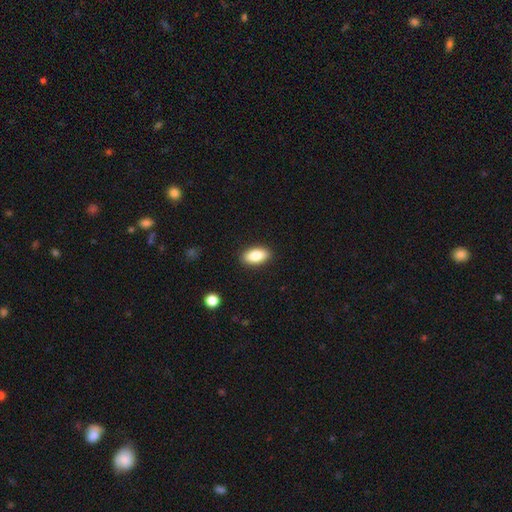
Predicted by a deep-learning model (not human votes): Smooth or featured?
  - smooth: 86% *
  - featured or disk: 7%
  - star or artifact: 7%
How rounded?
  - in between: 92% *
  - cigar-shaped: 5%
  - round: 3%
Merging?
  - none: 90% *
  - minor disturbance: 8%
  - major disturbance: 2%
  - merger: 1%